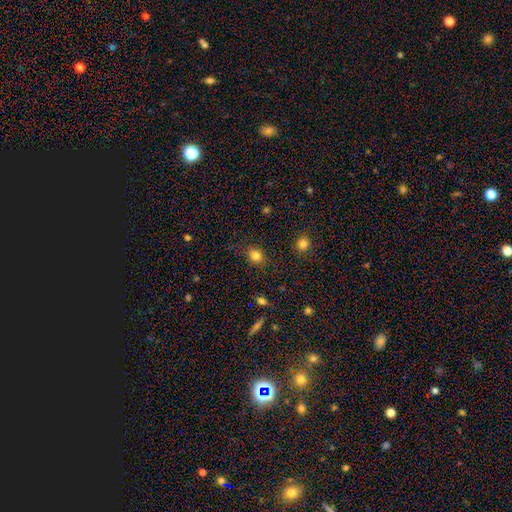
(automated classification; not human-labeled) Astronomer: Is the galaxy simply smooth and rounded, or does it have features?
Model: smooth — 82%.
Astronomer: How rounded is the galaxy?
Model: round — 52% (runner-up: in between, 47%).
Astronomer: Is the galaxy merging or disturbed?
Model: none — 83%.